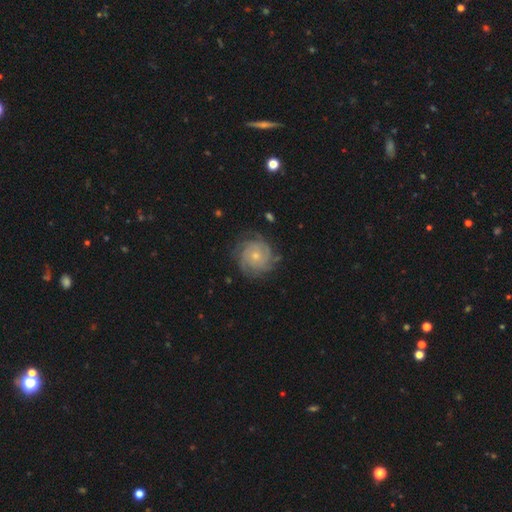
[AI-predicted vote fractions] A featured or disk galaxy (77%) with no bar (81%), tight (72%) spiral arms (94%) and a small central bulge (64%). Merging: none (77%).